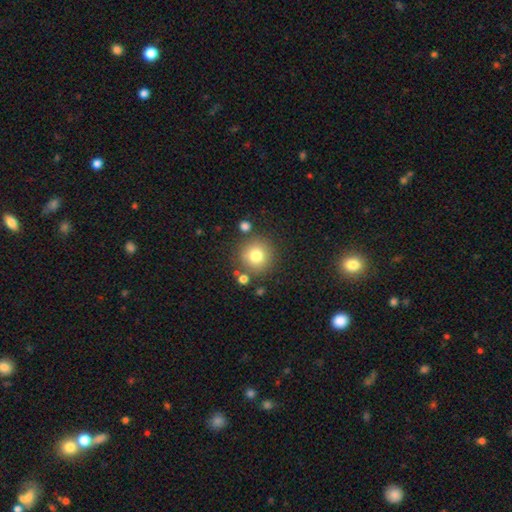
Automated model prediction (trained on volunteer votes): This appears to be a smooth galaxy with no disk features (78%) that is round (94%). Merging: none (83%).